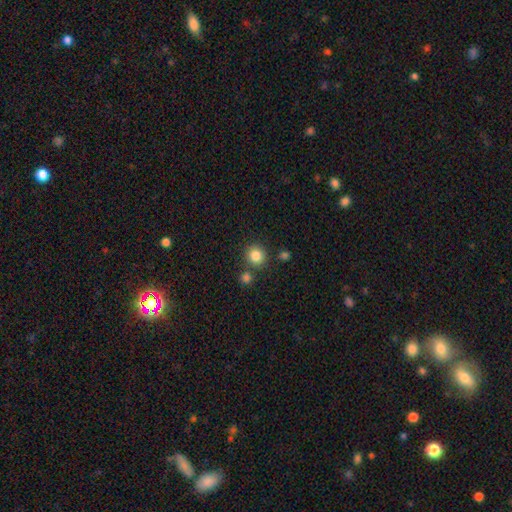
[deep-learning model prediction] smooth 84%, star or artifact 11%, featured or disk 5%. Down the decision tree: how rounded — round (89%); merging — none (79%).